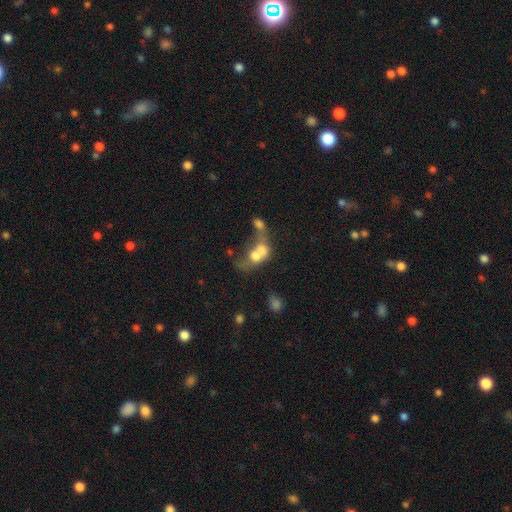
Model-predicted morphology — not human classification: This is possibly a smooth galaxy (58%). How rounded: likely in between (60%). Merging: likely merger (71%).